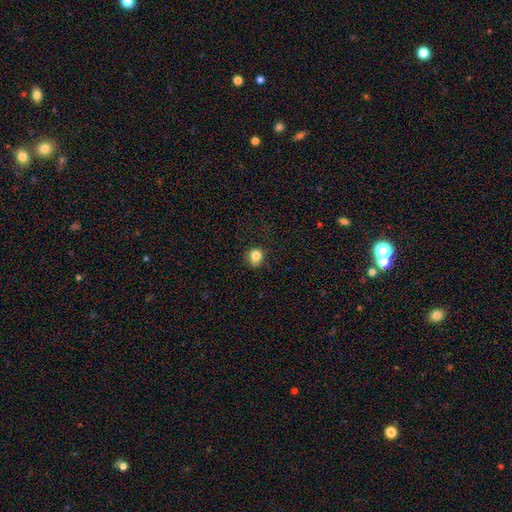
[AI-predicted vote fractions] The model was most divided on "merging": none: 76%, minor disturbance: 18%, major disturbance: 5%, merger: 1%. More confident: how rounded — round (83%); smooth or featured — smooth (83%).